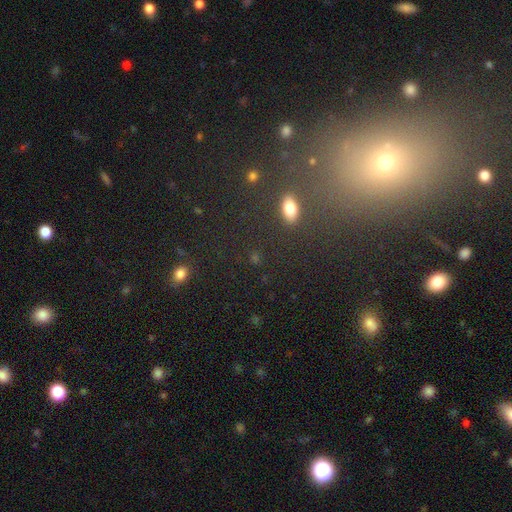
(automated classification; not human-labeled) Smooth or featured? Predicted: smooth (p=0.56). How rounded? Predicted: in between (p=0.57). Merging? Predicted: none (p=0.80).